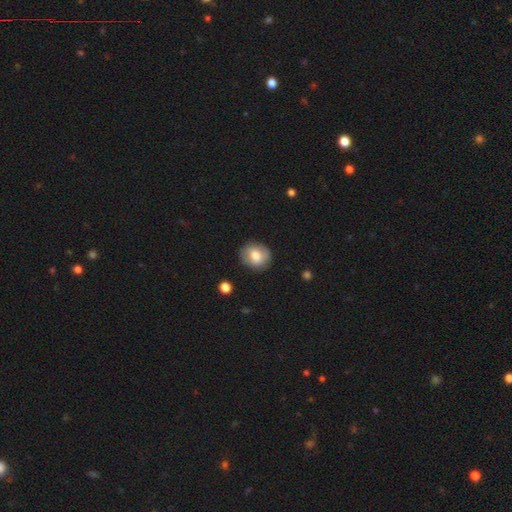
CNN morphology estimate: A smooth galaxy with no disk features (73%) that is round (64%).

Vote fractions:
- Smooth or featured? smooth: 73% / featured or disk: 19% / star or artifact: 8%
- How rounded? round: 64% / in between: 35% / cigar-shaped: 1%
- Merging? none: 83% / minor disturbance: 12% / major disturbance: 3% / merger: 1%